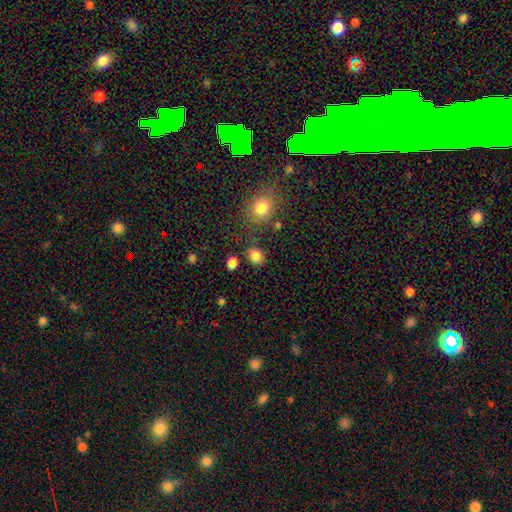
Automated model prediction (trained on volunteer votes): Smooth or featured: smooth — 84% (star or artifact — 11%)
How rounded: round — 50% (in between — 49%)
Merging: none — 79% (minor disturbance — 11%)